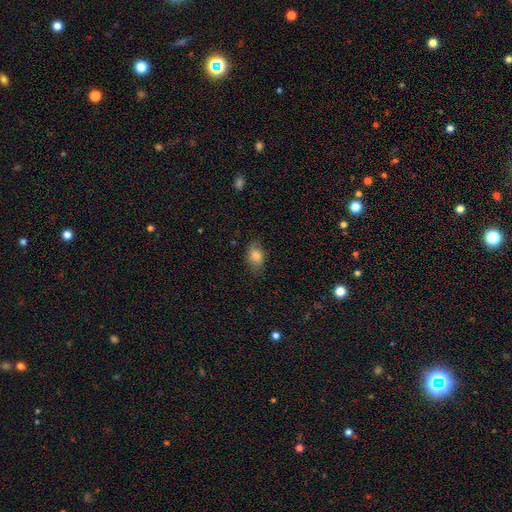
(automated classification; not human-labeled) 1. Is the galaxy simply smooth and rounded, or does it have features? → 77% smooth, 14% featured or disk, 8% star or artifact.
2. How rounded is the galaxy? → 88% in between, 9% round, 2% cigar-shaped.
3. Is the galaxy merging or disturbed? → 76% none, 19% minor disturbance, 4% major disturbance, 1% merger.